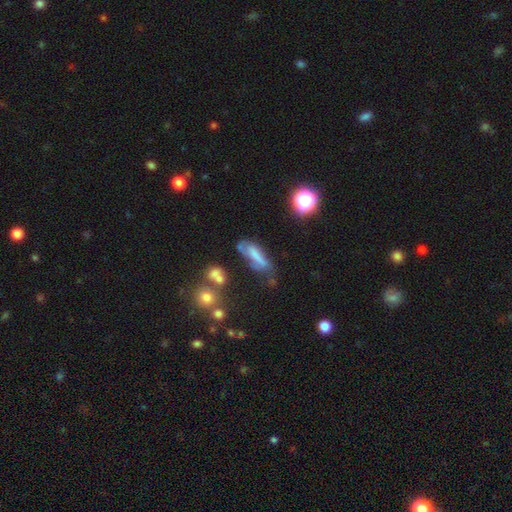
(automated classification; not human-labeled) A smooth galaxy with no disk features (55%) that is cigar-shaped (53%). Merging: none (36%).